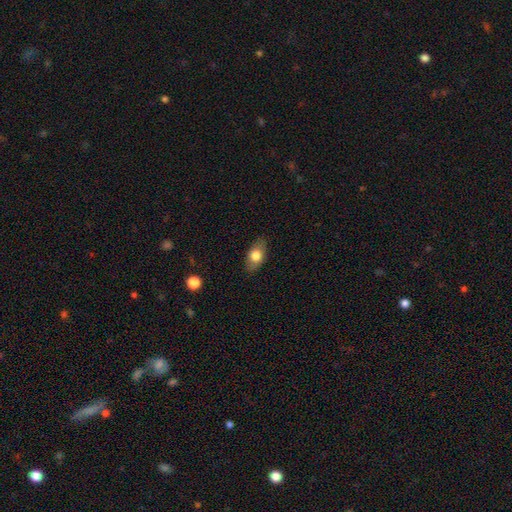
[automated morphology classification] The model was most divided on "smooth or featured": smooth: 73%, featured or disk: 19%, star or artifact: 7%. More confident: how rounded — in between (86%); merging — none (83%).